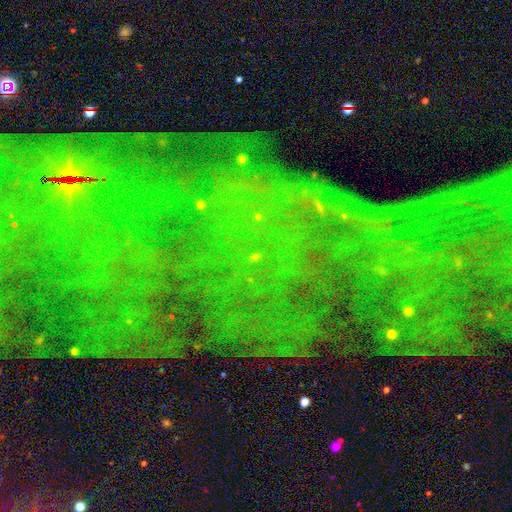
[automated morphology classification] Smooth or featured: star or artifact — 80% (featured or disk — 12%)